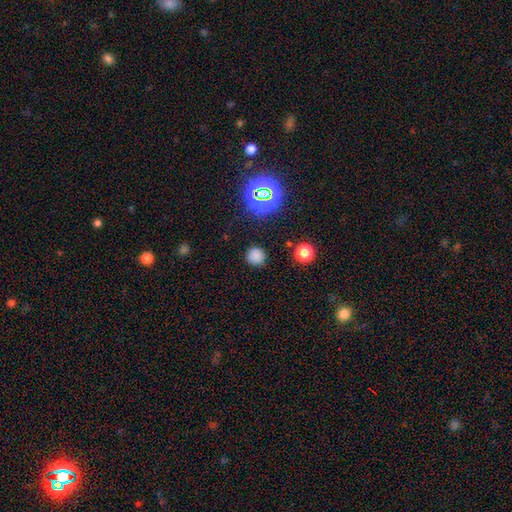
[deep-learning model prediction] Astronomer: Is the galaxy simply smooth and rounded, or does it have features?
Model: smooth — 74%.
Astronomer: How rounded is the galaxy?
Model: round — 93%.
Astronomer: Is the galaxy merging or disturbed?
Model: none — 86%.